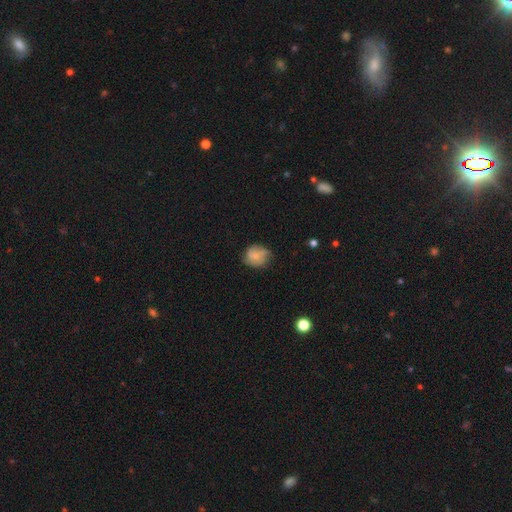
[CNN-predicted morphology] Smooth or featured? Predicted: smooth (p=0.66). How rounded? Predicted: round (p=0.73). Merging? Predicted: none (p=0.65).